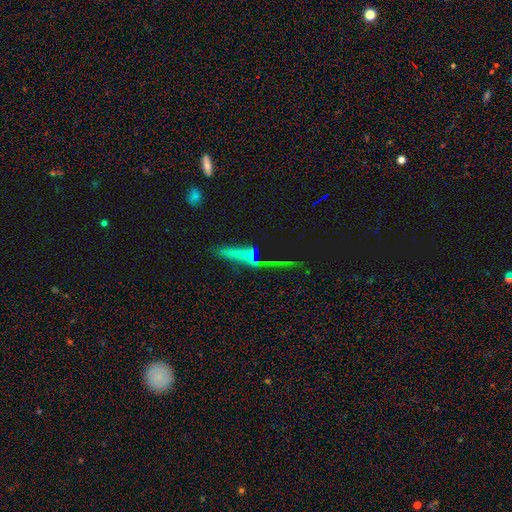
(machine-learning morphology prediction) Smooth or featured?
  - featured or disk: 49% *
  - star or artifact: 26%
  - smooth: 25%
Merging?
  - none: 65% *
  - minor disturbance: 15%
  - major disturbance: 10%
  - merger: 10%